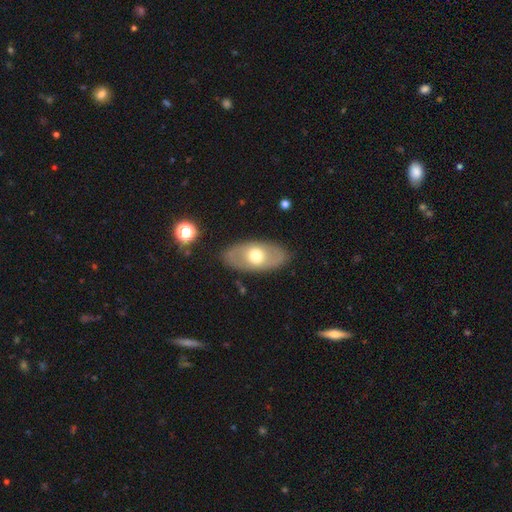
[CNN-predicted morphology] smooth-or-featured: smooth: 51% | featured or disk: 43% | star or artifact: 6%
  how-rounded: in between: 91% | round: 7% | cigar-shaped: 3%
  merging: none: 85% | minor disturbance: 10% | major disturbance: 4% | merger: 1%